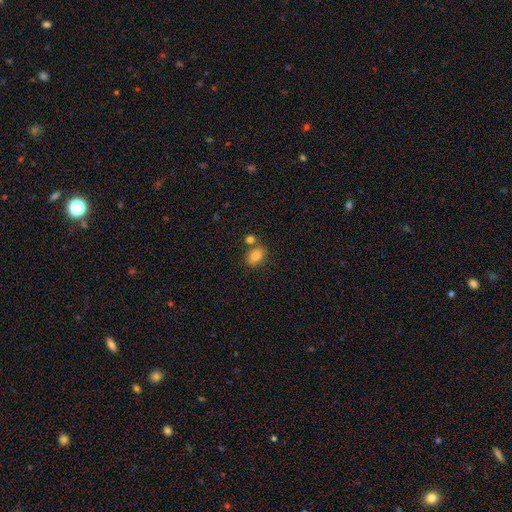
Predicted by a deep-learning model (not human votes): A smooth galaxy with no disk features (84%) that is in between round and cigar-shaped (75%). Merging: none (65%).